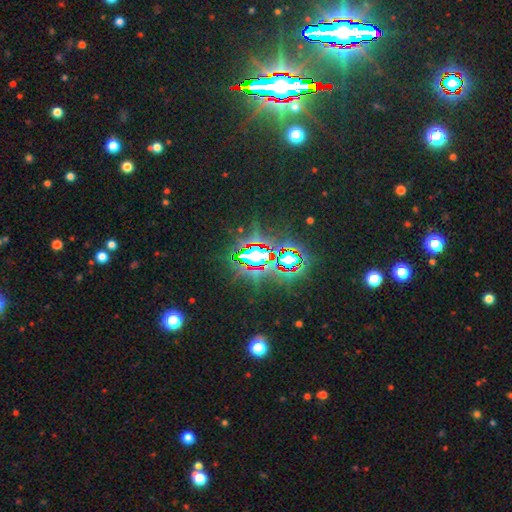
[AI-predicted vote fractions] Smooth or featured: star or artifact — 82% (smooth — 10%)